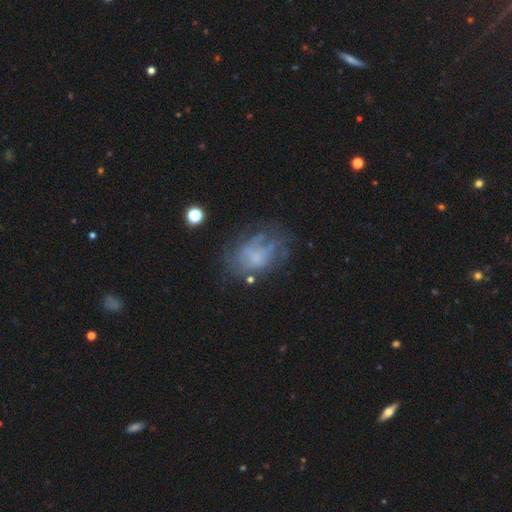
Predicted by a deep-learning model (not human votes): A featured or disk galaxy (51%). Merging: none (48%).